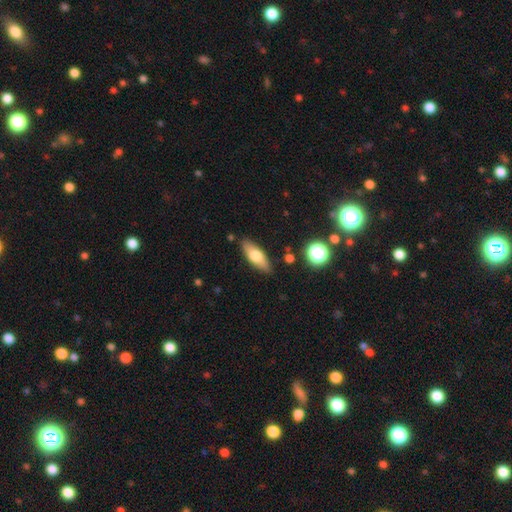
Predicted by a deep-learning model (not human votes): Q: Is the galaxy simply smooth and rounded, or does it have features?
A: smooth — 66%.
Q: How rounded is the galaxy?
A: in between — 67%.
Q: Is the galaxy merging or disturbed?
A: none — 85%.